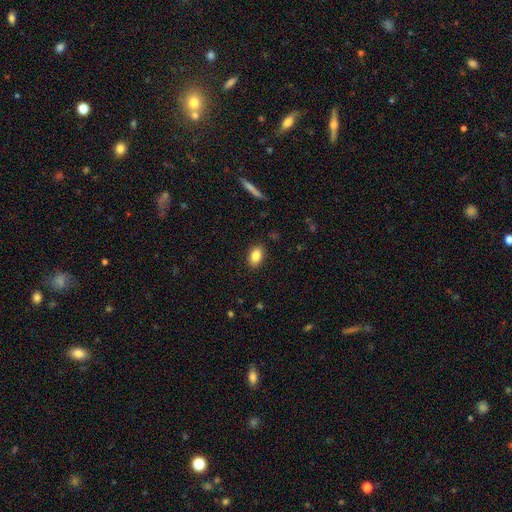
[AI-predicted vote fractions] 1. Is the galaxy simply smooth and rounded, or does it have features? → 84% smooth, 8% star or artifact, 8% featured or disk.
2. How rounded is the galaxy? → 86% in between, 12% round, 2% cigar-shaped.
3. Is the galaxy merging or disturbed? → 88% none, 8% minor disturbance, 2% major disturbance, 1% merger.